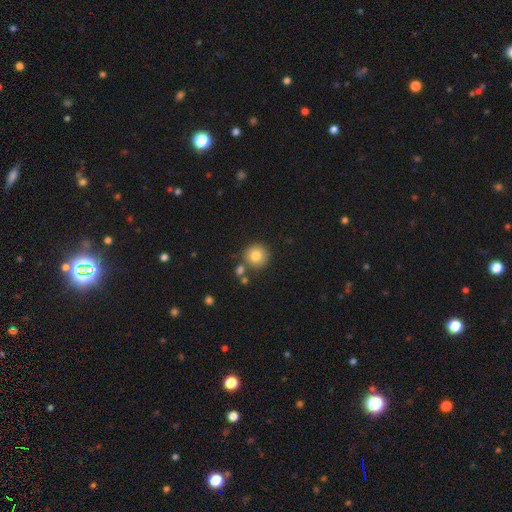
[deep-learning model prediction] The model was most divided on "merging": none: 78%, merger: 11%, minor disturbance: 9%, major disturbance: 3%. More confident: how rounded — round (94%); smooth or featured — smooth (80%).